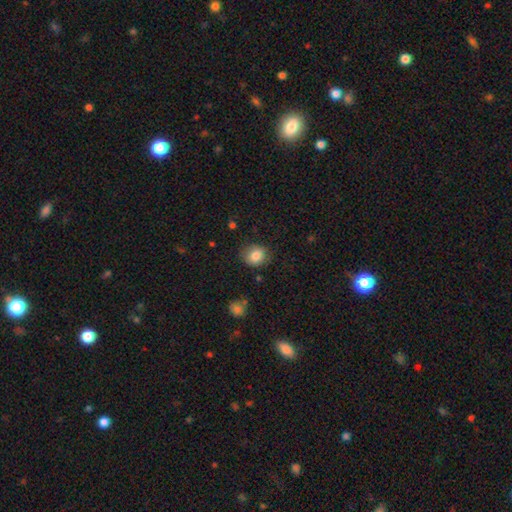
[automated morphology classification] smooth_or_featured: smooth (p=0.84) [alt: star or artifact p=0.09]
how_rounded: round (p=0.72) [alt: in between p=0.27]
merging: none (p=0.79) [alt: minor disturbance p=0.16]